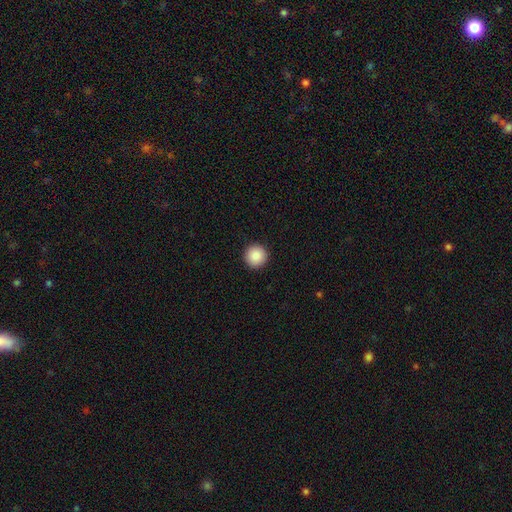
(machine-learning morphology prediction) Smooth or featured? Predicted: smooth (p=0.89). How rounded? Predicted: round (p=0.96). Merging? Predicted: none (p=0.94).